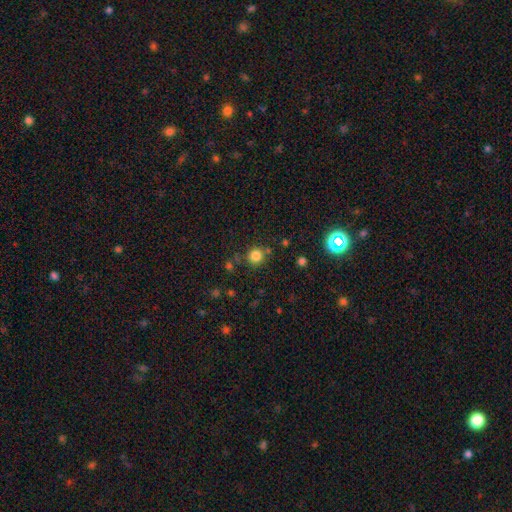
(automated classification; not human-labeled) This appears to be a smooth galaxy with no disk features (81%) that is round (92%). Merging: none (79%).